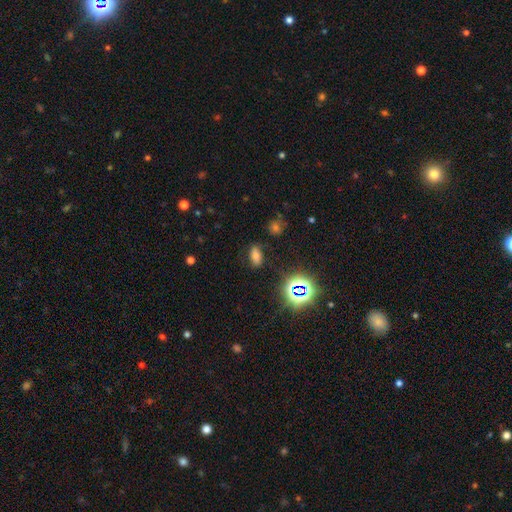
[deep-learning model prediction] smooth-or-featured: smooth: 60% | star or artifact: 29% | featured or disk: 11%
  how-rounded: in between: 85% | round: 8% | cigar-shaped: 7%
  merging: none: 81% | minor disturbance: 13% | major disturbance: 4% | merger: 2%